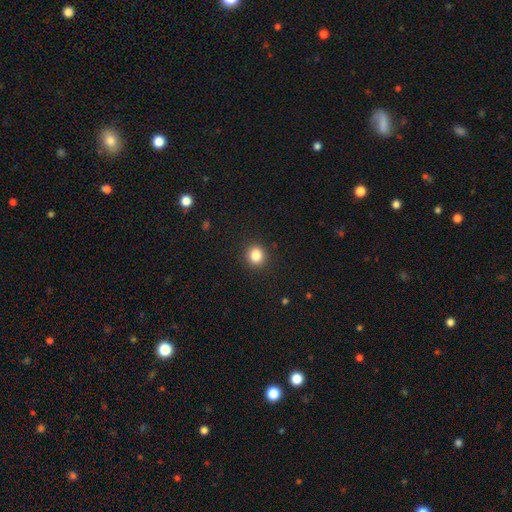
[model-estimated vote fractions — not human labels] This is clearly a smooth galaxy (84%). How rounded: likely round (78%). Merging: clearly none (90%).